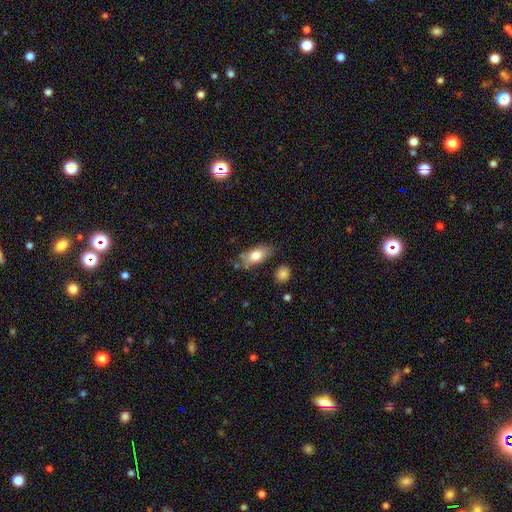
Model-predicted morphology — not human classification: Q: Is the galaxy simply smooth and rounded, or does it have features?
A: smooth — 77%.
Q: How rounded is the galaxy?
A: in between — 87%.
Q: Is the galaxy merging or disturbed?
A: none — 65%.